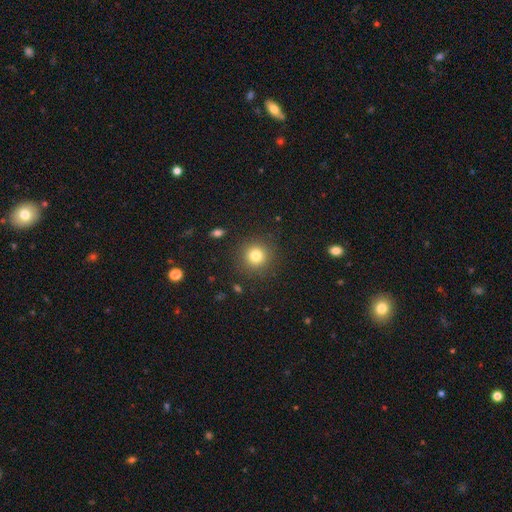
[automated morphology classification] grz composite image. It shows a smooth galaxy with no disk features (81%) that is round (94%). Merging: none (90%).